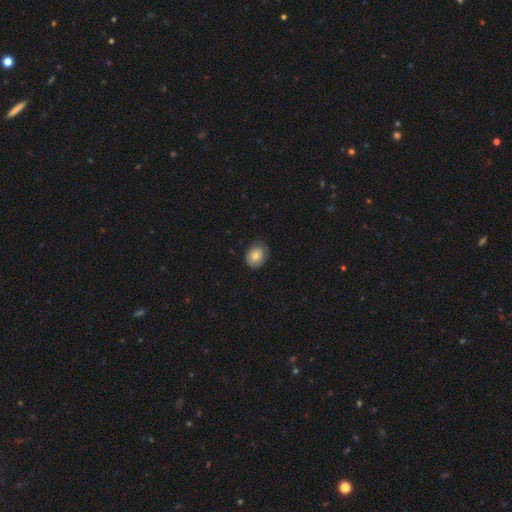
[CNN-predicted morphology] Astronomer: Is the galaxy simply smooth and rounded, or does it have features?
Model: smooth — 76%.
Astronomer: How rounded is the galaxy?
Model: round — 50% (runner-up: in between, 49%).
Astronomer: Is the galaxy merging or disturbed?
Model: none — 73%.